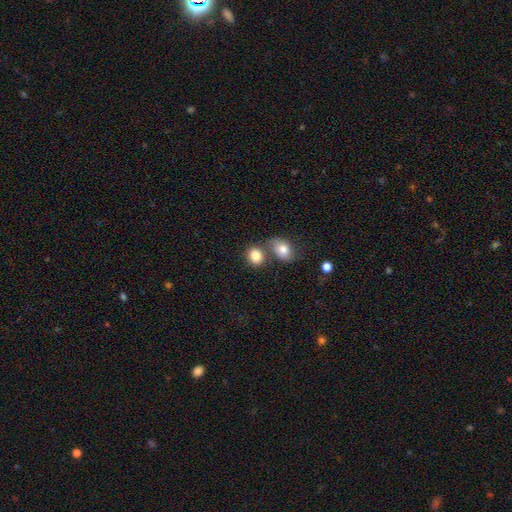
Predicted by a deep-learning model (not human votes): A smooth galaxy with no disk features (84%) that is round (55%). Merging: none (49%).